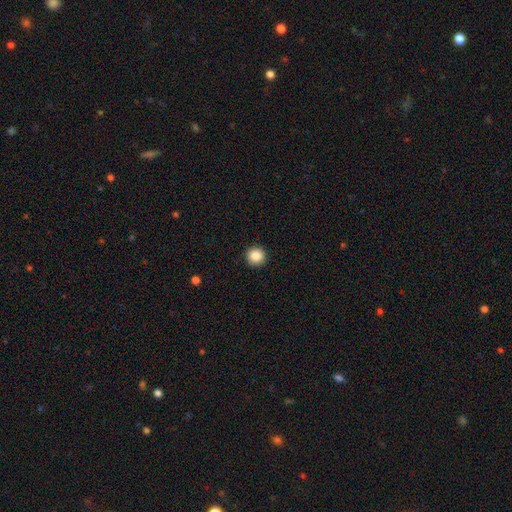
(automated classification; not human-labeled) smooth 87%, star or artifact 9%, featured or disk 4%. Down the decision tree: how rounded — round (95%); merging — none (93%).